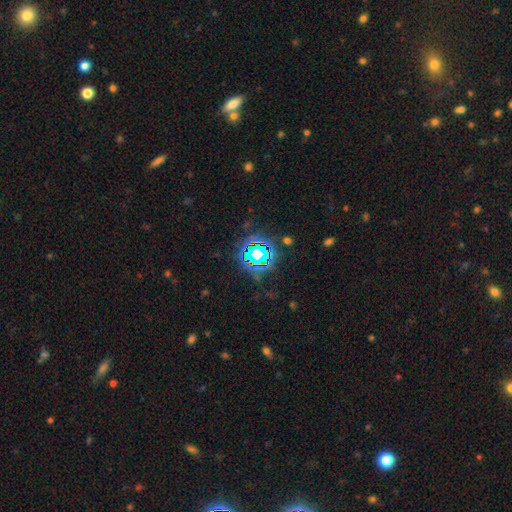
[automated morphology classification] This is likely a star or artifact rather than a galaxy (72%).